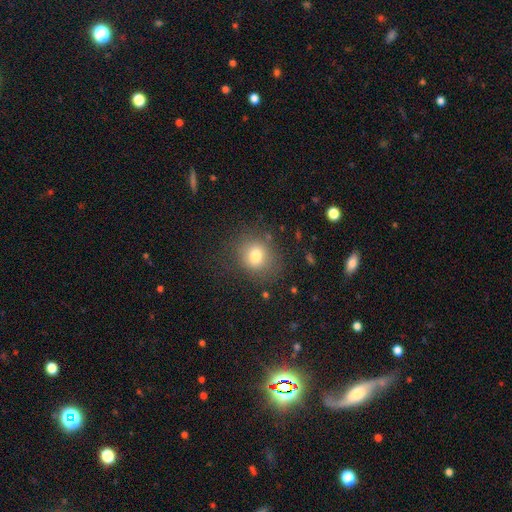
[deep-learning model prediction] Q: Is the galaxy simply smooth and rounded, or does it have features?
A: smooth — 76%.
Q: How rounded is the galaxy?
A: round — 73%.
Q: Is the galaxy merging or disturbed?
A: none — 76%.